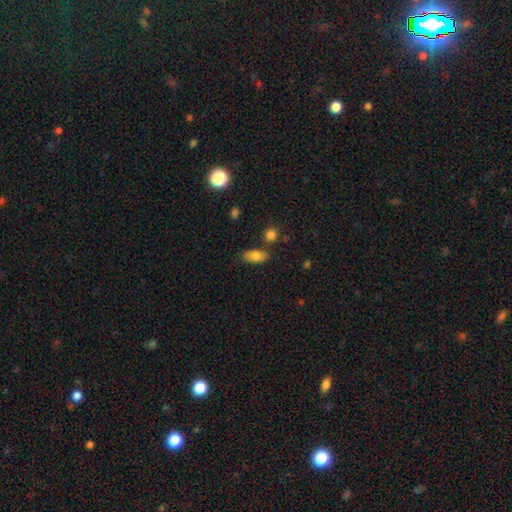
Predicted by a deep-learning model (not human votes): A smooth galaxy with no disk features (82%) that is in between round and cigar-shaped (87%). Merging: none (76%).